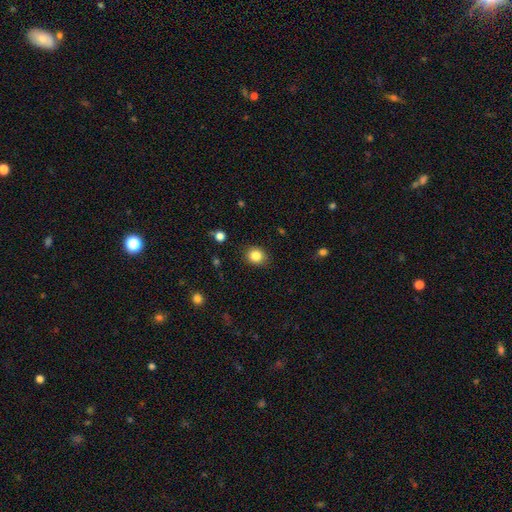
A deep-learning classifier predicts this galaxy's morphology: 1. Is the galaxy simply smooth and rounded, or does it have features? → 84% smooth, 10% star or artifact, 5% featured or disk.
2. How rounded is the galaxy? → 72% round, 27% in between, 1% cigar-shaped.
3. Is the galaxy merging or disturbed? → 88% none, 9% minor disturbance, 2% major disturbance, 1% merger.